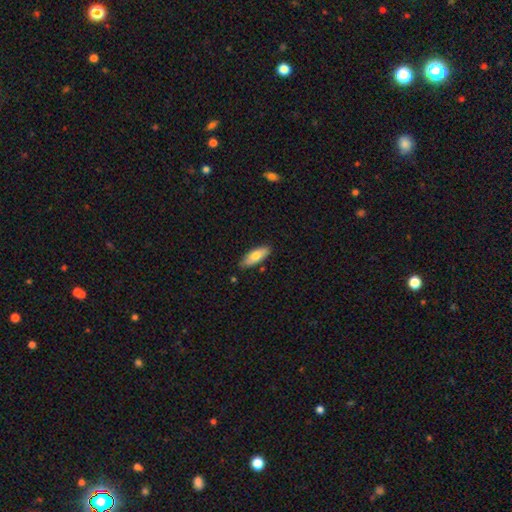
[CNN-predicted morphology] Q: Smooth or featured?
A: smooth (74%); runner-up: featured or disk (20%)
Q: How rounded?
A: in between (67%); runner-up: cigar-shaped (31%)
Q: Merging?
A: none (83%); runner-up: minor disturbance (13%)